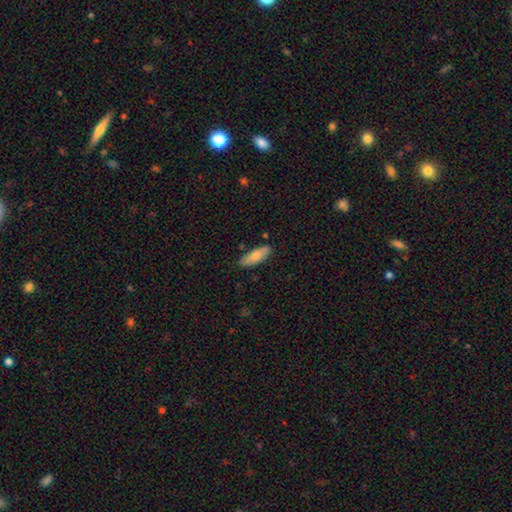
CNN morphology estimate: type=smooth (75%); roundness=in between (62%); merging=none (85%).